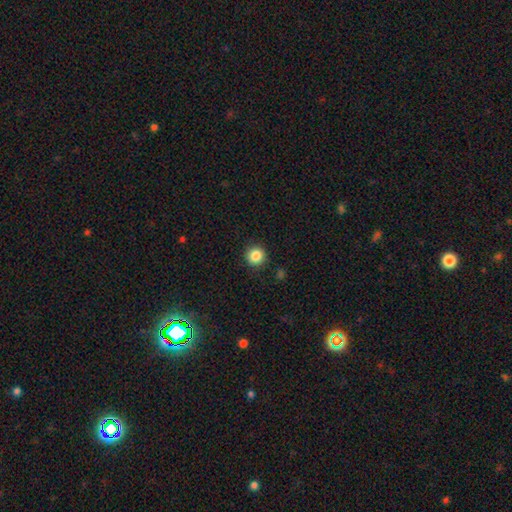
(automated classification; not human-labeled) A smooth galaxy with no disk features (85%) that is round (94%).

Vote fractions:
- Smooth or featured? smooth: 85% / star or artifact: 10% / featured or disk: 4%
- How rounded? round: 94% / in between: 5% / cigar-shaped: 1%
- Merging? none: 91% / minor disturbance: 6% / major disturbance: 2% / merger: 1%